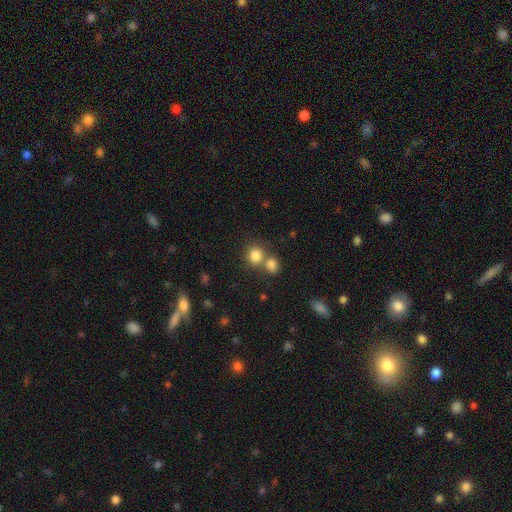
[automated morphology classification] smooth 82%, star or artifact 11%, featured or disk 7%. Down the decision tree: how rounded — round (81%); merging — none (50%).